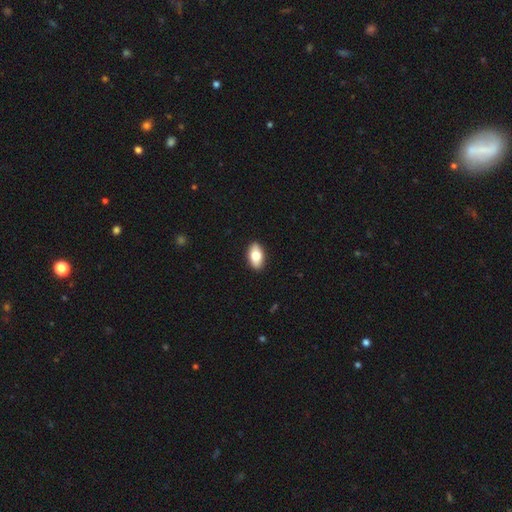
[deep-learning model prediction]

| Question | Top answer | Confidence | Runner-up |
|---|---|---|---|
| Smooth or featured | smooth | 79% | featured or disk (14%) |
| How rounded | in between | 93% | round (4%) |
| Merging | none | 91% | minor disturbance (7%) |